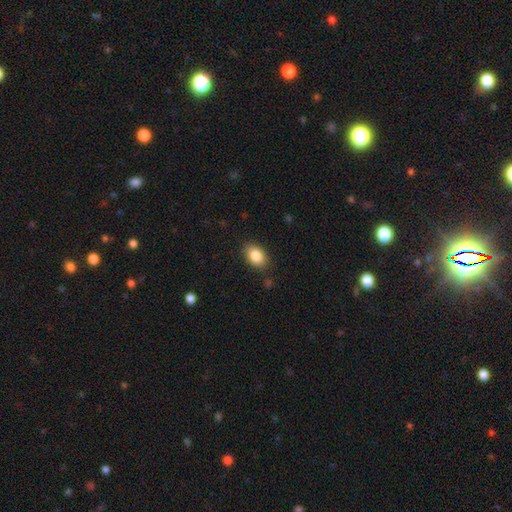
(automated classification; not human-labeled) This is clearly a smooth galaxy (86%). How rounded: clearly in between (86%). Merging: clearly none (85%).